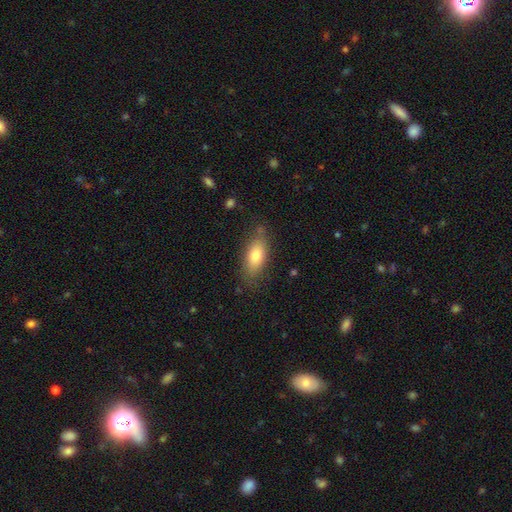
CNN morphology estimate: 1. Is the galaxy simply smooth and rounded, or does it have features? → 77% smooth, 16% featured or disk, 7% star or artifact.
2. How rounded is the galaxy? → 81% in between, 15% cigar-shaped, 4% round.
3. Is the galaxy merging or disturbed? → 76% none, 17% minor disturbance, 4% major disturbance, 2% merger.